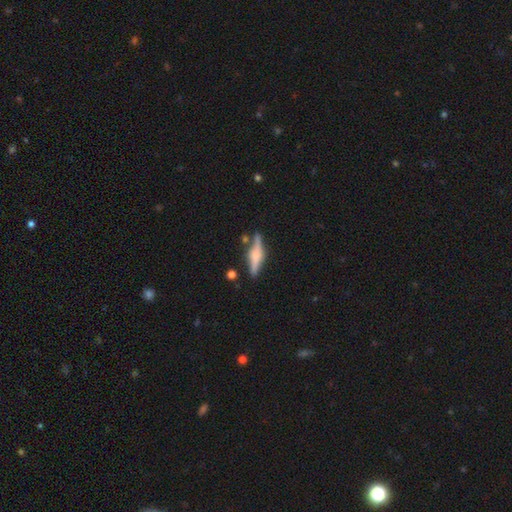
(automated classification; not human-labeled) Smooth or featured? featured or disk (60%)
Edge-on disk? yes (96%)
Edge-on bulge? rounded (71%)
Merging? none (77%)